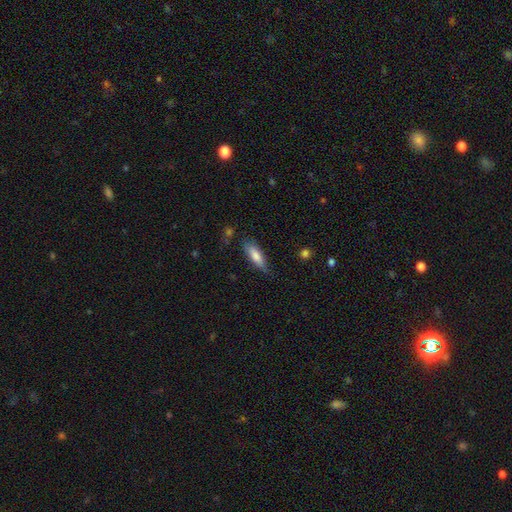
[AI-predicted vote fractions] This is likely a smooth galaxy (77%). How rounded: possibly cigar-shaped (51%). Merging: likely none (72%).